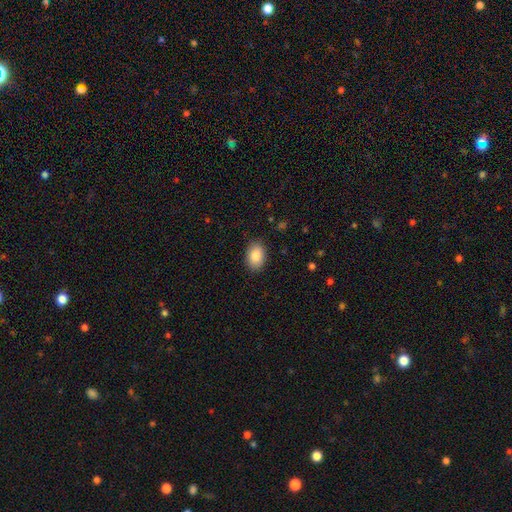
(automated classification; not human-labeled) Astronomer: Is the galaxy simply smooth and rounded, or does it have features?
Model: smooth — 88%.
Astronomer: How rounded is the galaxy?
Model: in between — 88%.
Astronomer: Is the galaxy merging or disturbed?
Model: none — 88%.